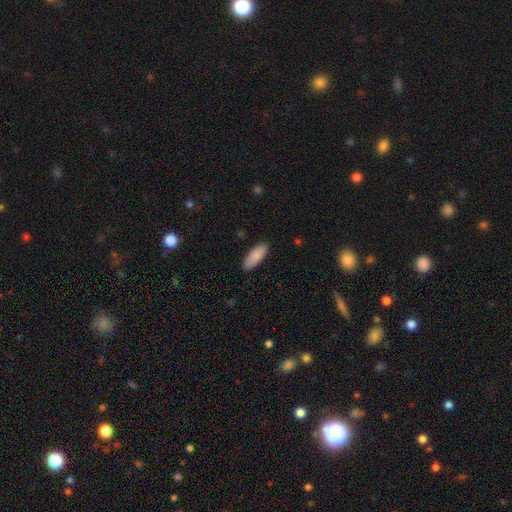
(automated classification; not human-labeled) This is clearly a smooth galaxy (88%). How rounded: likely in between (66%). Merging: clearly none (89%).